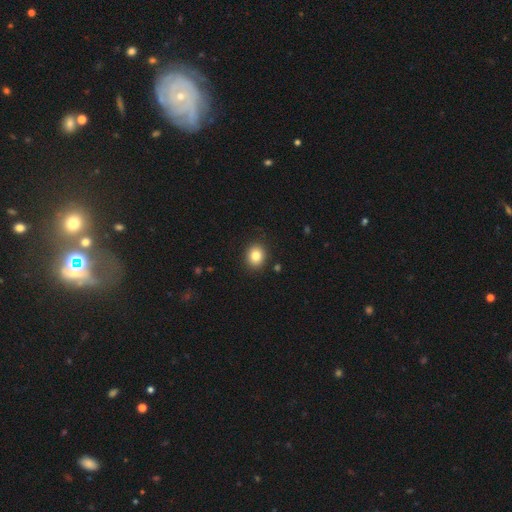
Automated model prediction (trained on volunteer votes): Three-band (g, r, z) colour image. It shows a smooth galaxy with no disk features (83%) that is round (66%). Merging: none (90%).